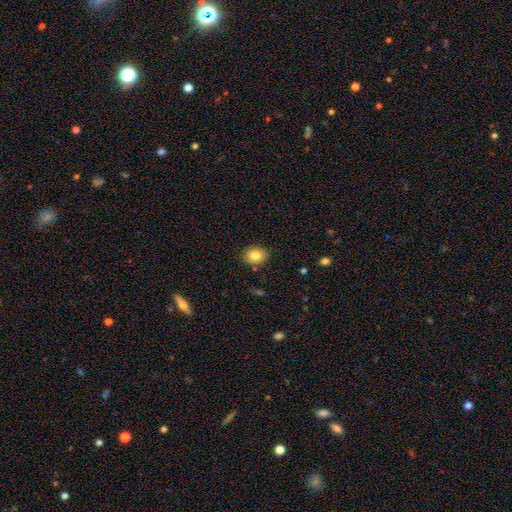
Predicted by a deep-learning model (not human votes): Smooth or featured? smooth (83%)
How rounded? in between (53%)
Merging? none (87%)